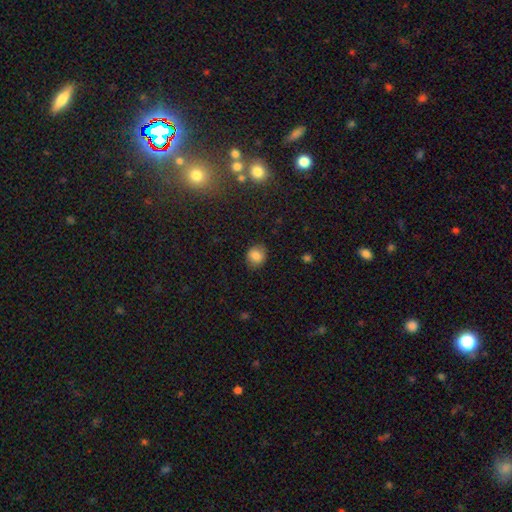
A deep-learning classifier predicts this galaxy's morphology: smooth-or-featured: smooth: 82% | star or artifact: 10% | featured or disk: 7%
  how-rounded: round: 75% | in between: 24% | cigar-shaped: 1%
  merging: none: 84% | minor disturbance: 12% | major disturbance: 3% | merger: 1%